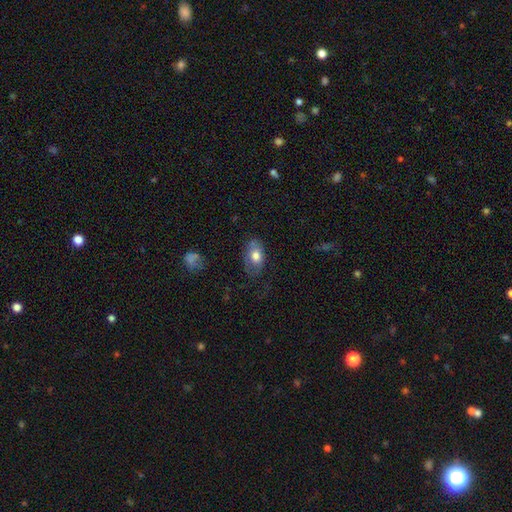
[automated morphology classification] smooth 70%, featured or disk 22%, star or artifact 7%. Down the decision tree: how rounded — in between (88%); merging — none (59%).